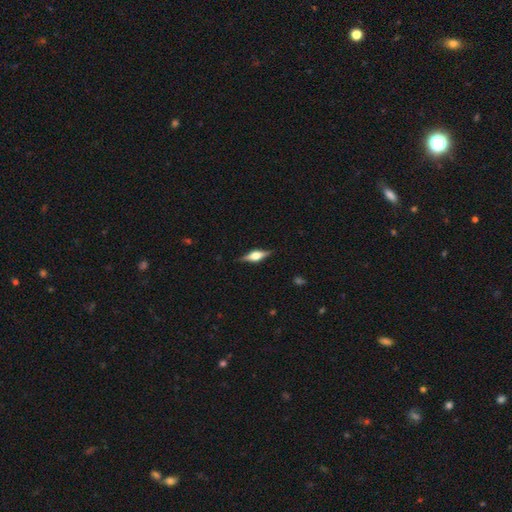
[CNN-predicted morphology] Smooth or featured?
  - featured or disk: 71% *
  - smooth: 23%
  - star or artifact: 6%
Edge-on disk?
  - yes: 97% *
  - no: 3%
Edge-on bulge?
  - rounded: 91% *
  - boxy: 8%
  - none: 1%
Merging?
  - none: 87% *
  - minor disturbance: 10%
  - major disturbance: 2%
  - merger: 1%